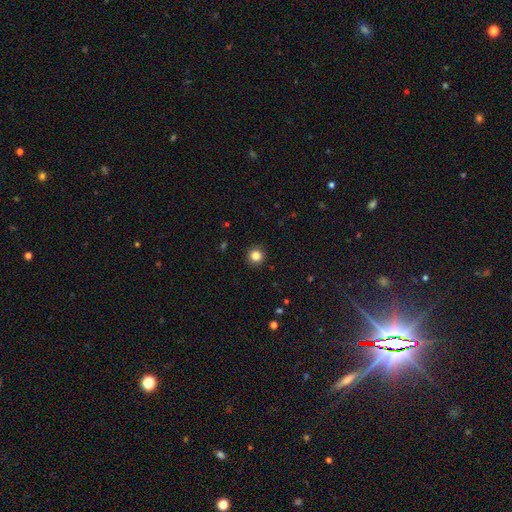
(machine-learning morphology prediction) A smooth galaxy with no disk features (84%) that is round (94%). Merging: none (92%).